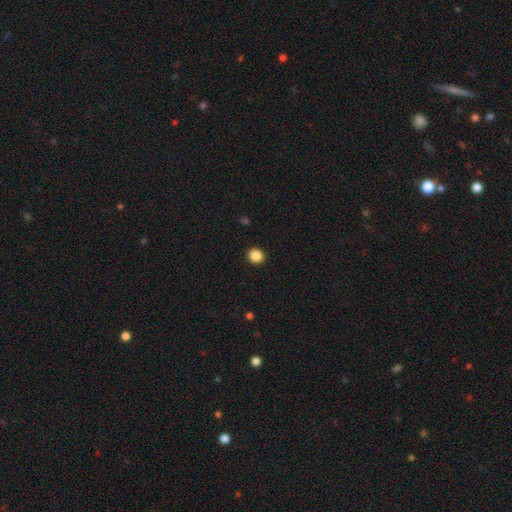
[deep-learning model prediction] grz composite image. It shows a smooth galaxy with no disk features (87%) that is round (88%). Merging: none (93%).